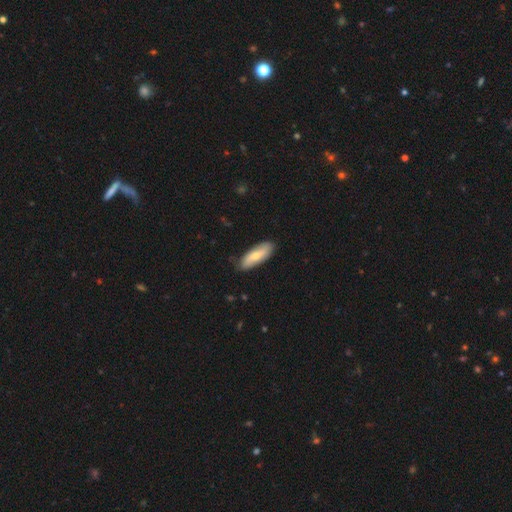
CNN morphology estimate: smooth-or-featured: smooth: 64% | featured or disk: 31% | star or artifact: 5%
  how-rounded: in between: 66% | cigar-shaped: 32% | round: 2%
  merging: none: 84% | minor disturbance: 13% | major disturbance: 2% | merger: 1%